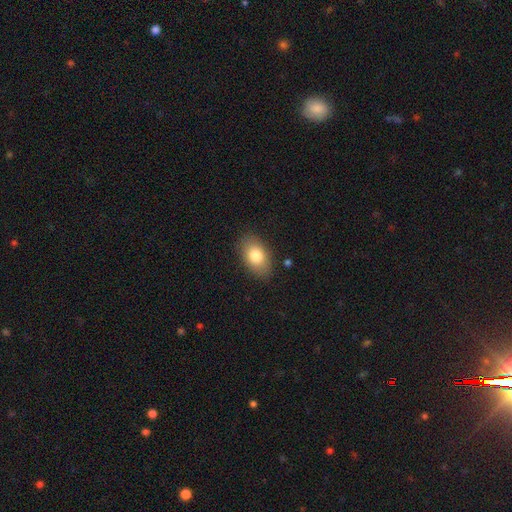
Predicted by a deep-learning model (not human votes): This appears to be a smooth galaxy with no disk features (79%) that is in between round and cigar-shaped (89%). Merging: none (85%).